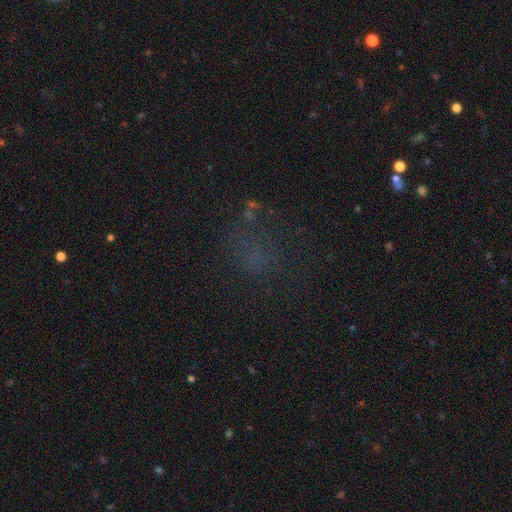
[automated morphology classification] A star or artifact, not a galaxy (44%).